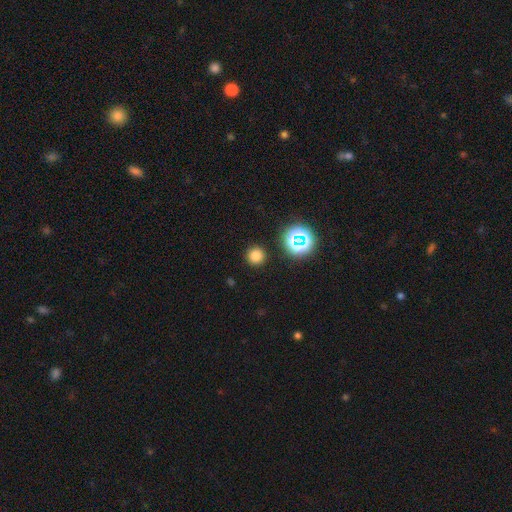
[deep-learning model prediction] Smooth or featured? Predicted: smooth (p=0.75). How rounded? Predicted: round (p=0.95). Merging? Predicted: none (p=0.91).